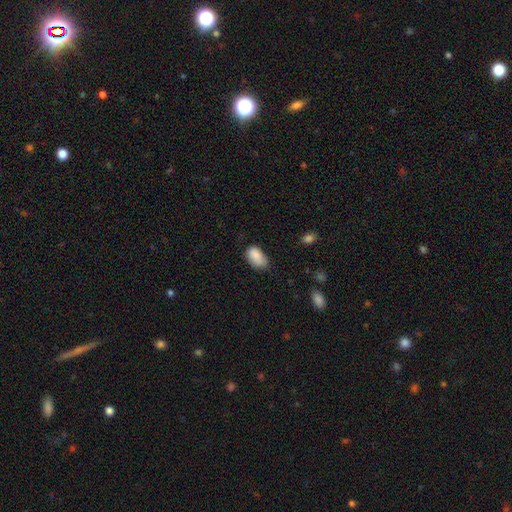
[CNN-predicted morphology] Smooth or featured? smooth (87%)
How rounded? in between (92%)
Merging? none (57%)